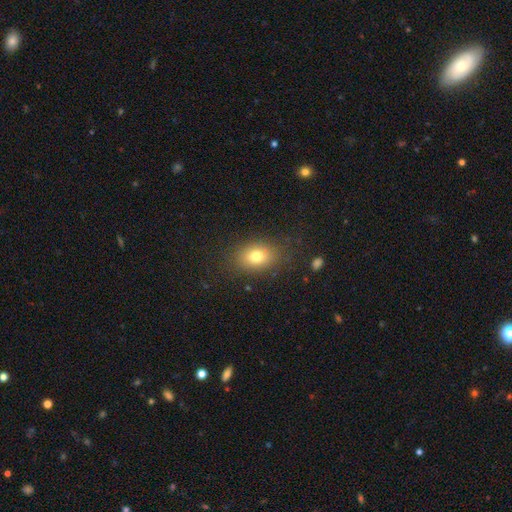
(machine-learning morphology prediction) A smooth galaxy with no disk features (77%) that is in between round and cigar-shaped (74%). Merging: none (82%).